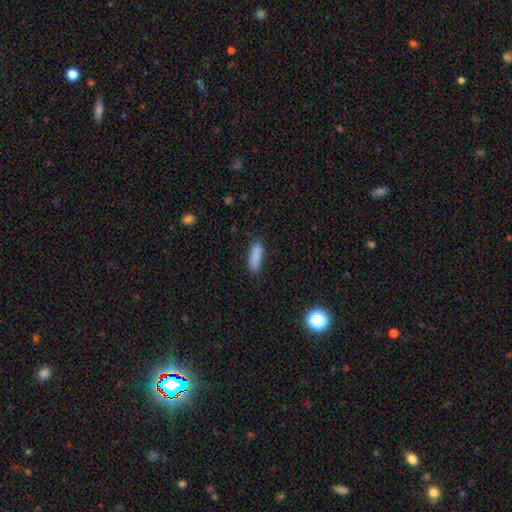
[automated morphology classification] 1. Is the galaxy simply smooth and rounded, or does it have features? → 87% smooth, 8% star or artifact, 5% featured or disk.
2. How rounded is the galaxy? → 52% cigar-shaped, 46% in between, 2% round.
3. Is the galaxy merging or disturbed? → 81% none, 14% minor disturbance, 3% major disturbance, 1% merger.